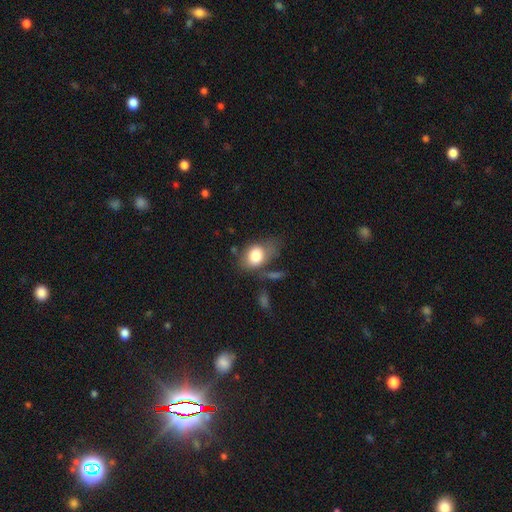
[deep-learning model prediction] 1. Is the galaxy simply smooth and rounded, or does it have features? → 78% smooth, 13% featured or disk, 8% star or artifact.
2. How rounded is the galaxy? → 71% in between, 28% round, 1% cigar-shaped.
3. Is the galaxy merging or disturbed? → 45% none, 29% minor disturbance, 18% major disturbance, 9% merger.